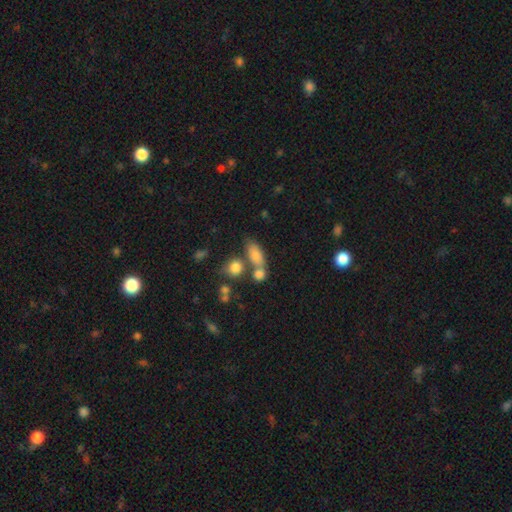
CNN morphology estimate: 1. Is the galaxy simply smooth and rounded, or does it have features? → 78% smooth, 12% featured or disk, 10% star or artifact.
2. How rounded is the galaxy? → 75% in between, 13% round, 13% cigar-shaped.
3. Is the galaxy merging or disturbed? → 47% none, 35% merger, 13% minor disturbance, 6% major disturbance.